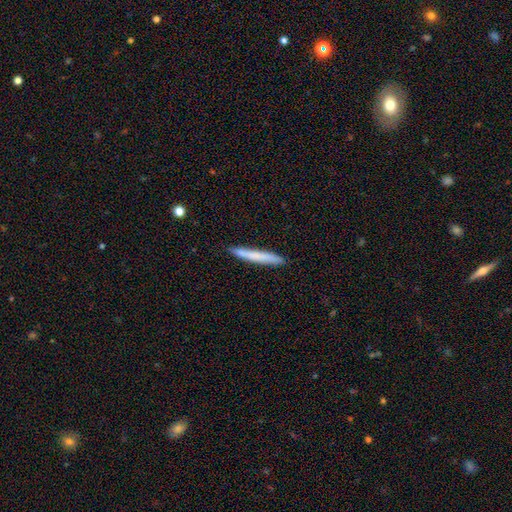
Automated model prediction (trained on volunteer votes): Overall: smooth (71%). How rounded: cigar-shaped (96%). Merging: none (89%).